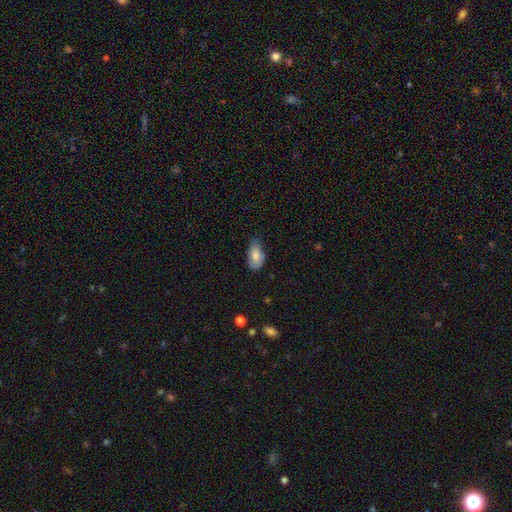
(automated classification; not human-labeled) Overall: smooth (80%). How rounded: in between (93%). Merging: none (53%; minor disturbance 38%).